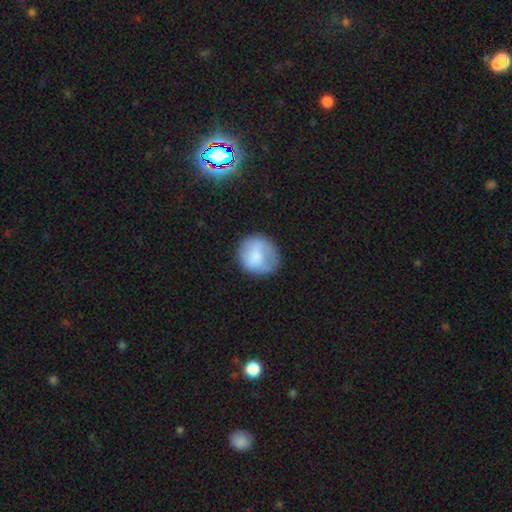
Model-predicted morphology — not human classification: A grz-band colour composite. It shows a smooth galaxy with no disk features (74%) that is round (80%). Merging: none (66%).